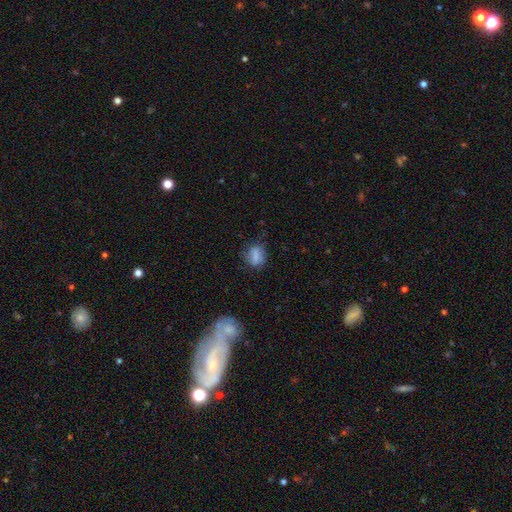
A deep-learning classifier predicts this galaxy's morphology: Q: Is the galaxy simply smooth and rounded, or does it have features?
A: smooth — 73%.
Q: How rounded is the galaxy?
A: in between — 61%.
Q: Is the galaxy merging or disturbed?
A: none — 67%.